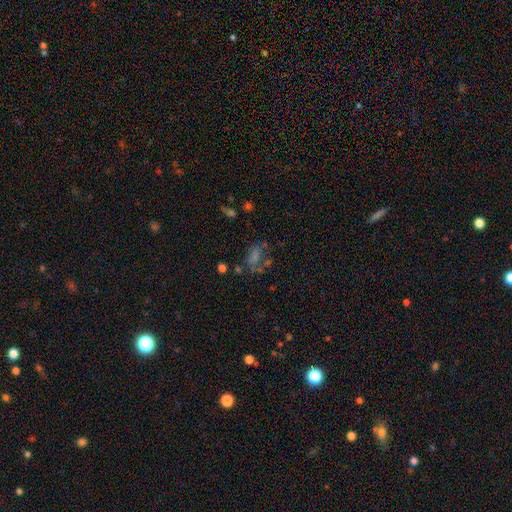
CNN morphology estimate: Q: Smooth or featured?
A: smooth (41%); runner-up: featured or disk (30%)
Q: Merging?
A: none (43%); runner-up: major disturbance (27%)